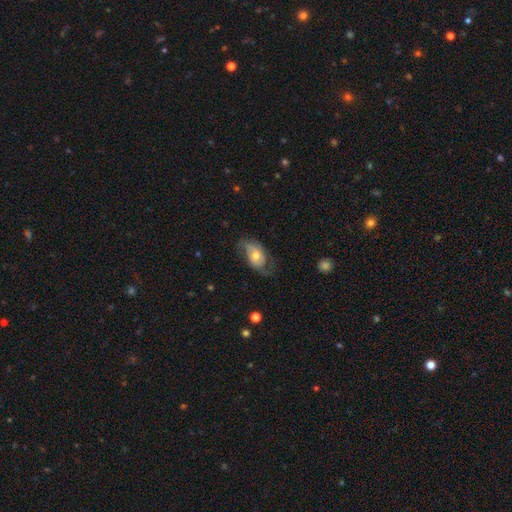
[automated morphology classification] Smooth or featured? Predicted: featured or disk (p=0.64). Edge-on disk? Predicted: no (p=0.94). Bar? Predicted: no (p=0.69). Spiral arms? Predicted: yes (p=0.85). Spiral winding? Predicted: loose (p=0.44). Spiral arm count? Predicted: 2 (p=0.78). Bulge size? Predicted: moderate (p=0.61). Merging? Predicted: none (p=0.54).